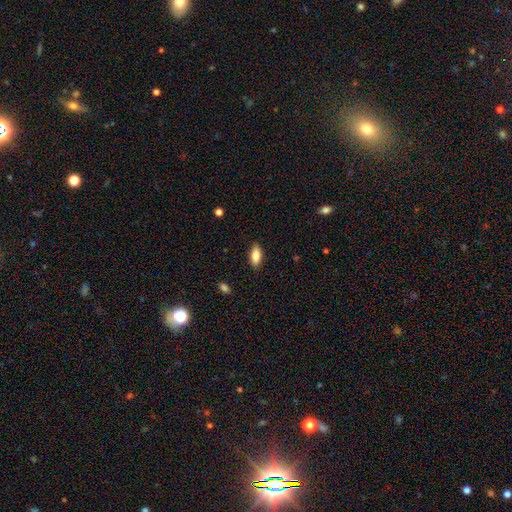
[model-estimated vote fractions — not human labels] This is likely a smooth galaxy (79%). How rounded: likely in between (79%). Merging: clearly none (86%).